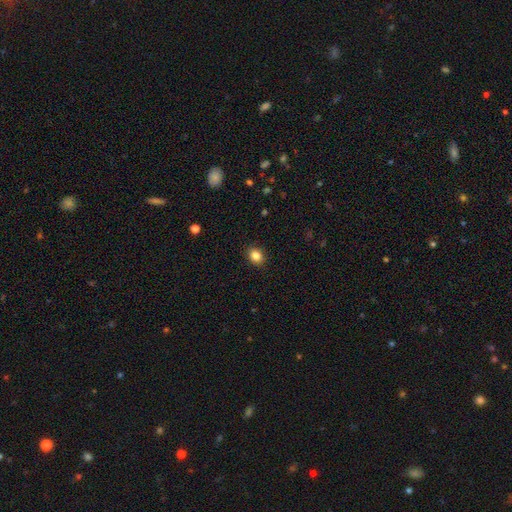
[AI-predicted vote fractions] Overall: smooth (85%). How rounded: round (55%; in between 44%). Merging: none (91%).